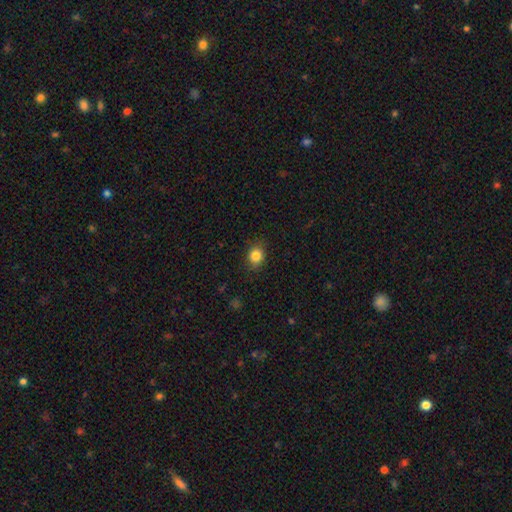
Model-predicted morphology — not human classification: A smooth galaxy with no disk features (85%) that is round (66%).

Vote fractions:
- Smooth or featured? smooth: 85% / star or artifact: 10% / featured or disk: 5%
- How rounded? round: 66% / in between: 33% / cigar-shaped: 1%
- Merging? none: 85% / minor disturbance: 11% / major disturbance: 3% / merger: 1%